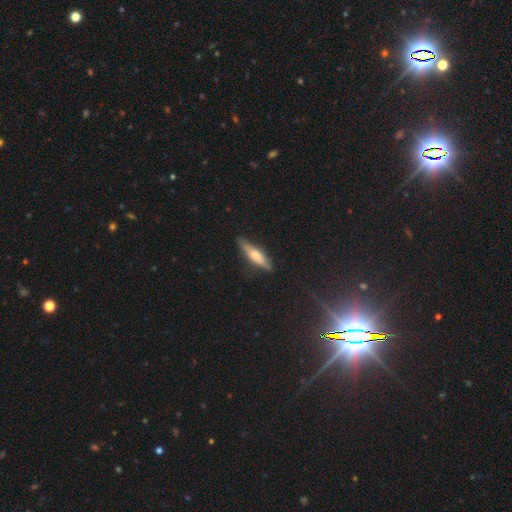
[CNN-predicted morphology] This is possibly a smooth galaxy (51%). How rounded: likely cigar-shaped (78%). Merging: clearly none (84%).